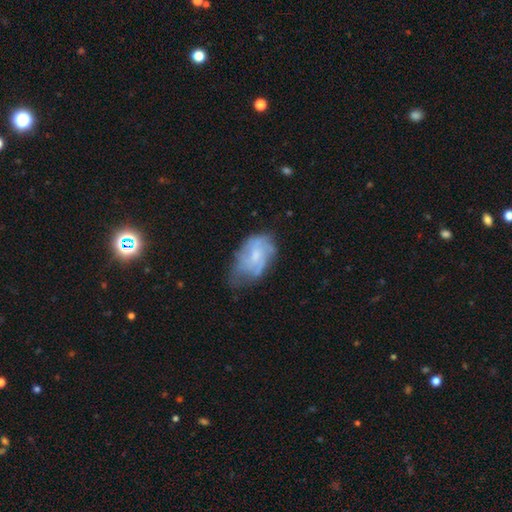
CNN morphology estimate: smooth-or-featured: featured or disk: 55% | smooth: 38% | star or artifact: 8%
  disk-edge-on: no: 96% | yes: 4%
    bar: no: 70% | weak: 26% | strong: 3%
    has-spiral-arms: yes: 62% | no: 38%
    bulge-size: small: 40% | moderate: 37% | none: 18% | large: 4% | dominant: 1%
  merging: none: 44% | minor disturbance: 34% | major disturbance: 20% | merger: 2%